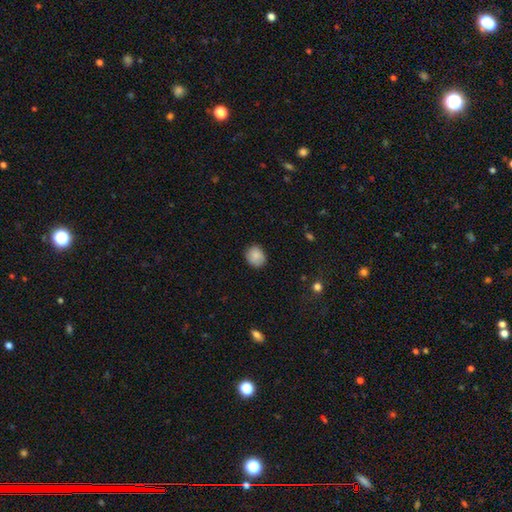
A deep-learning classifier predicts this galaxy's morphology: A smooth galaxy with no disk features (86%) that is round (72%). Merging: none (84%).